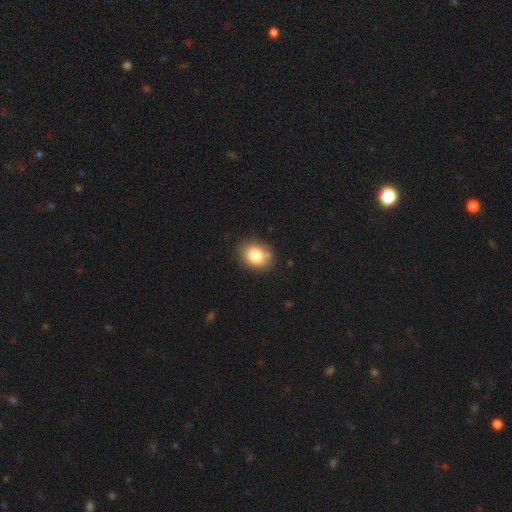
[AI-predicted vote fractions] Smooth or featured? Predicted: smooth (p=0.81). How rounded? Predicted: in between (p=0.56). Merging? Predicted: none (p=0.79).